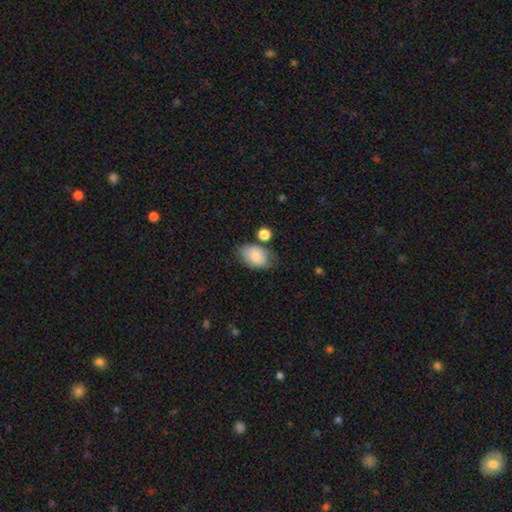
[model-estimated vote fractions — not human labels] Morphology: type=smooth (78%); roundness=in between (87%); merging=none (57%).